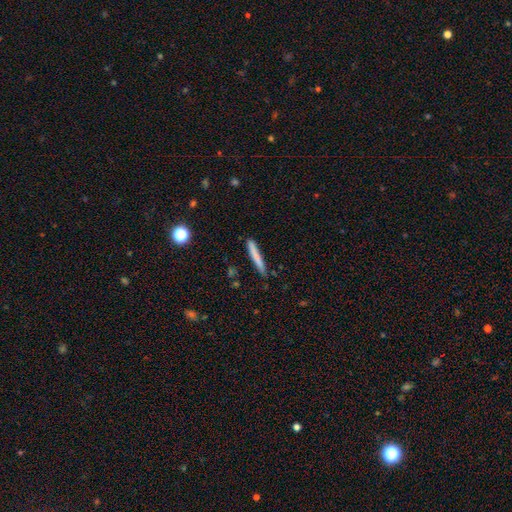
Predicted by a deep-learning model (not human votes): smooth 72%, featured or disk 21%, star or artifact 7%. Down the decision tree: how rounded — cigar-shaped (95%); merging — none (85%).